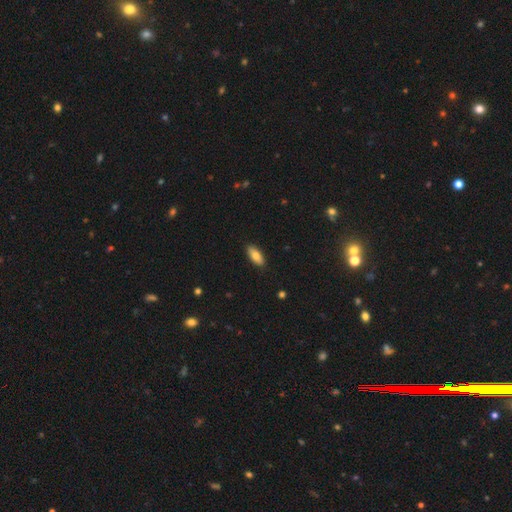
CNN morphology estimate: Overall: smooth (76%). How rounded: in between (83%). Merging: none (89%).